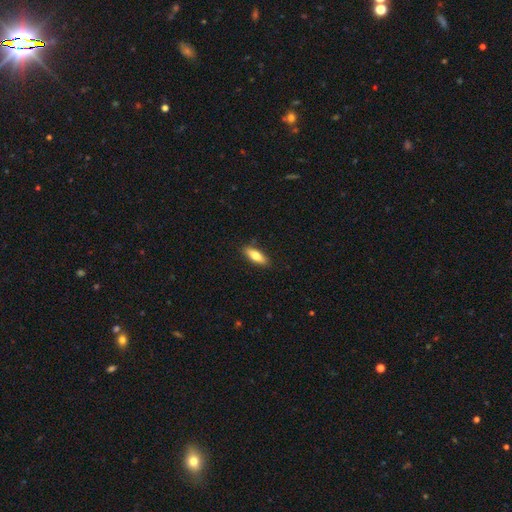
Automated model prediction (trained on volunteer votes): Smooth or featured? Predicted: smooth (p=0.74). How rounded? Predicted: in between (p=0.61). Merging? Predicted: none (p=0.87).